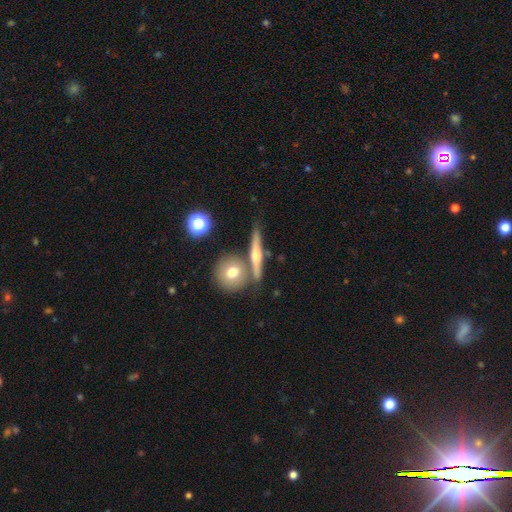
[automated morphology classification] This is possibly a featured or disk galaxy (56%). It is clearly viewed edge-on (91%). Edge-on bulge: clearly rounded (84%). Merging: likely none (72%).